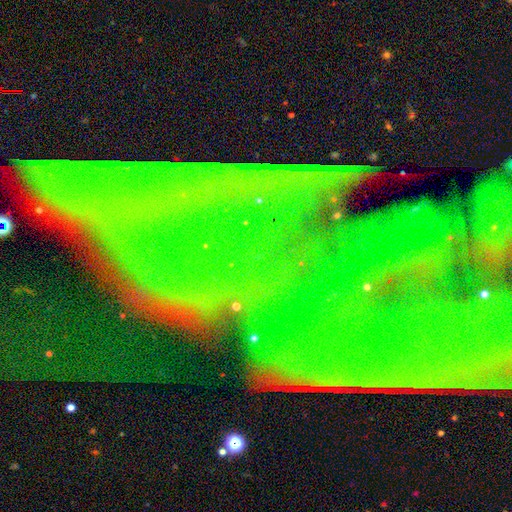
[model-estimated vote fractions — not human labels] This appears to be a star or artifact, not a galaxy (77%).